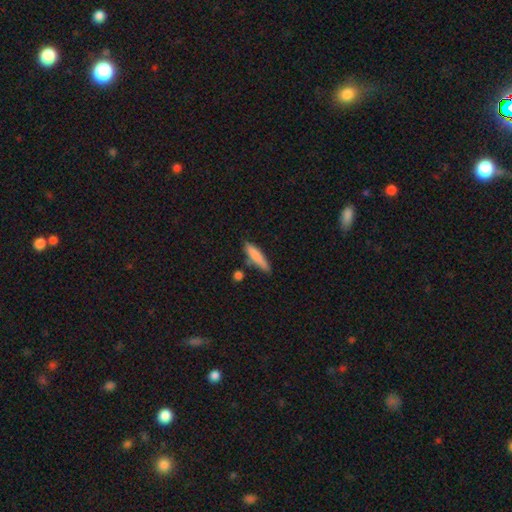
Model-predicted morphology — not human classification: Smooth or featured? smooth (81%)
How rounded? cigar-shaped (80%)
Merging? none (73%)